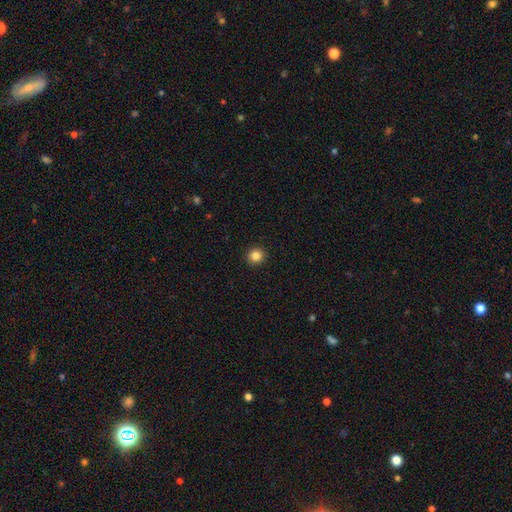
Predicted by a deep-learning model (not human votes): A smooth galaxy with no disk features (84%) that is round (93%).

Vote fractions:
- Smooth or featured? smooth: 84% / star or artifact: 11% / featured or disk: 4%
- How rounded? round: 93% / in between: 6% / cigar-shaped: 1%
- Merging? none: 93% / minor disturbance: 4% / major disturbance: 2% / merger: 1%